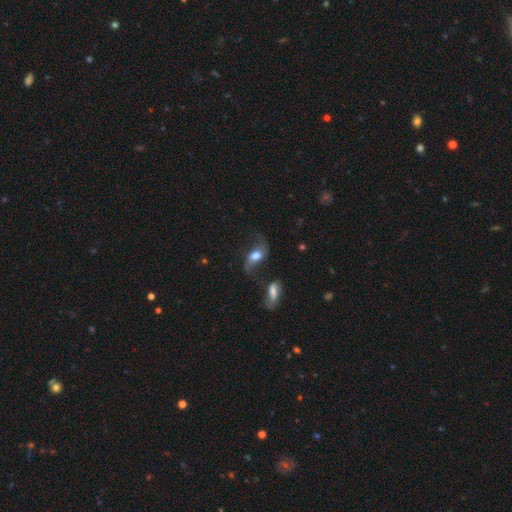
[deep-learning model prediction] A featured or disk galaxy (64%) with no bar (51%), 2 (91%) loose (86%) spiral arms (88%) and a moderate central bulge (45%).

Vote fractions:
- Smooth or featured? featured or disk: 64% / smooth: 27% / star or artifact: 9%
- Edge-on disk? no: 90% / yes: 10%
- Bar? no: 51% / weak: 35% / strong: 14%
- Spiral arms? yes: 88% / no: 12%
- Spiral winding? loose: 86% / medium: 11% / tight: 3%
- Spiral arm count? 2: 91% / 1: 4% / can't tell: 3% / 3: 1% / 4: 1% / more than 4: 1%
- Bulge size? moderate: 45% / large: 38% / small: 9% / dominant: 6% / none: 3%
- Merging? none: 49% / minor disturbance: 19% / major disturbance: 18% / merger: 14%